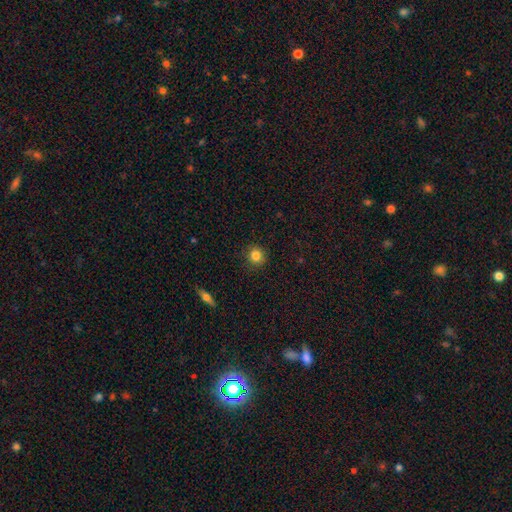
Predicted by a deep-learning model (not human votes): This is clearly a smooth galaxy (83%). How rounded: clearly round (90%). Merging: clearly none (88%).